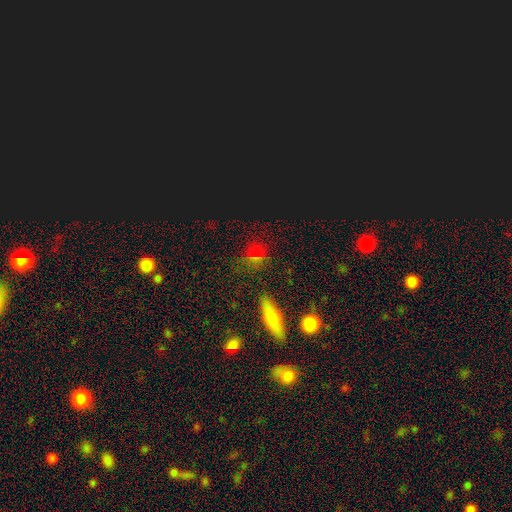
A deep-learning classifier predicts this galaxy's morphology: Q: Smooth or featured?
A: smooth (50%); runner-up: star or artifact (38%)
Q: How rounded?
A: round (50%); runner-up: in between (40%)
Q: Merging?
A: none (76%); runner-up: minor disturbance (13%)